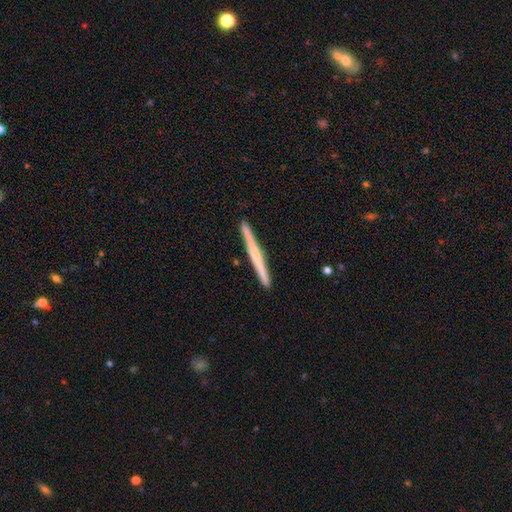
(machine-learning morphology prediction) smooth_or_featured: featured or disk (p=0.58) [alt: smooth p=0.36]
disk_edge_on: yes (p=0.98) [alt: no p=0.02]
edge_on_bulge: none (p=0.54) [alt: rounded p=0.38]
merging: none (p=0.92) [alt: minor disturbance p=0.05]